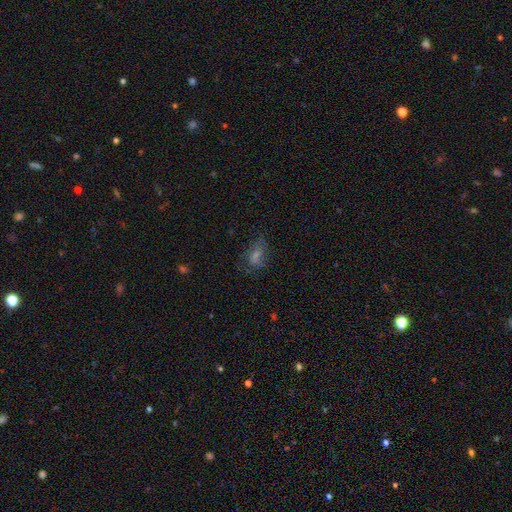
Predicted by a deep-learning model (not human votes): Smooth or featured: smooth — 39% (featured or disk — 34%)
Merging: none — 61% (minor disturbance — 22%)